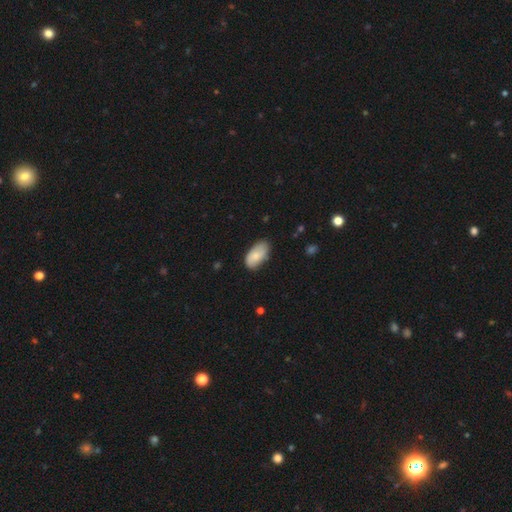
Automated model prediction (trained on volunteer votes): smooth 76%, featured or disk 18%, star or artifact 6%. Down the decision tree: how rounded — in between (95%); merging — none (71%).